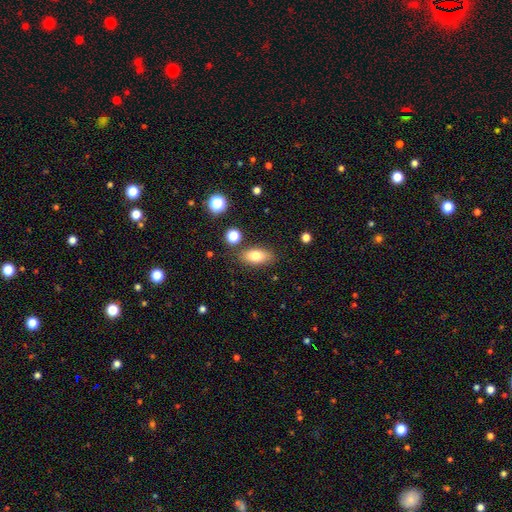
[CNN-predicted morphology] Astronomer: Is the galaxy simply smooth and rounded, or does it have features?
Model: smooth — 78%.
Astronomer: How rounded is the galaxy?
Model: in between — 85%.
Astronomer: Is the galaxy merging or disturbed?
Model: none — 82%.